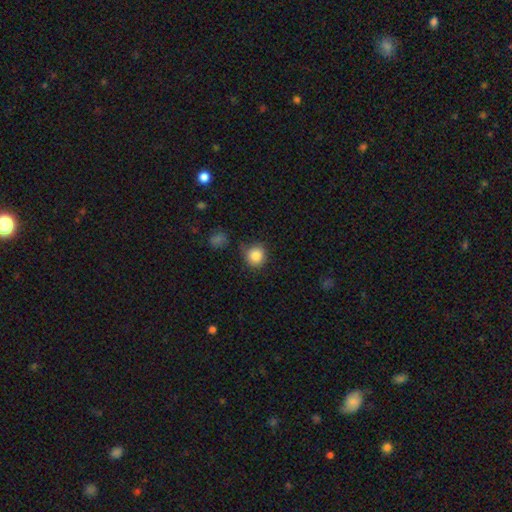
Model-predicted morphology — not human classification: Smooth or featured? smooth (85%)
How rounded? round (90%)
Merging? none (77%)